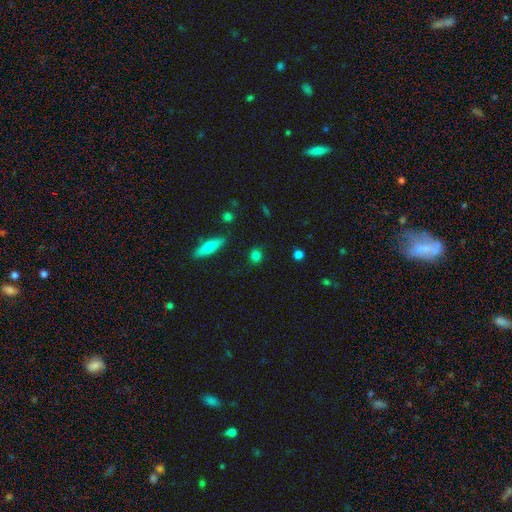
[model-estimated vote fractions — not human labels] smooth-or-featured: smooth: 81% | star or artifact: 12% | featured or disk: 8%
  how-rounded: round: 68% | in between: 26% | cigar-shaped: 6%
  merging: none: 83% | minor disturbance: 11% | major disturbance: 3% | merger: 3%